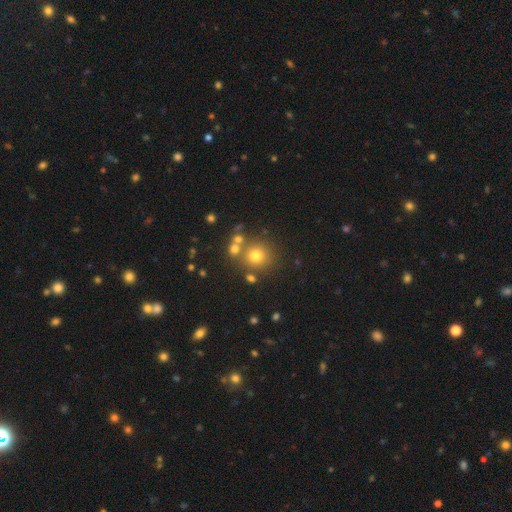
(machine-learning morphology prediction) Smooth or featured? Predicted: smooth (p=0.72). How rounded? Predicted: round (p=0.91). Merging? Predicted: none (p=0.71).